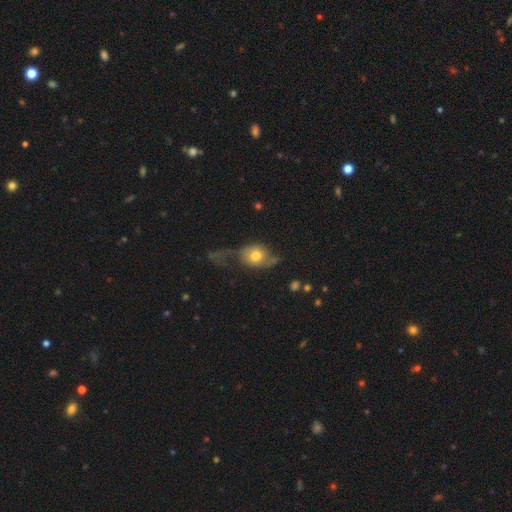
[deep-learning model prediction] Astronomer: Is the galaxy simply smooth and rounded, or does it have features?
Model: smooth — 55% (runner-up: featured or disk, 37%).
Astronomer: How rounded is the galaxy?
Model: in between — 50% (runner-up: round, 47%).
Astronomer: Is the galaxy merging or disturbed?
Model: major disturbance — 42% (runner-up: none, 30%).